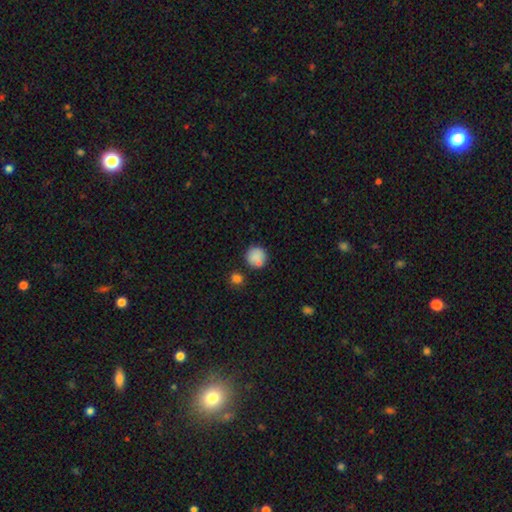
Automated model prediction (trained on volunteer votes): Morphology: type=smooth (81%); roundness=round (89%); merging=none (68%).